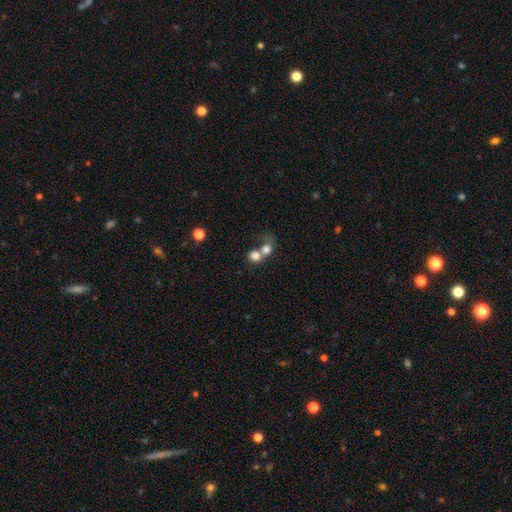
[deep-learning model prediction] Q: Smooth or featured?
A: smooth (76%); runner-up: featured or disk (14%)
Q: How rounded?
A: round (73%); runner-up: in between (26%)
Q: Merging?
A: merger (63%); runner-up: none (23%)